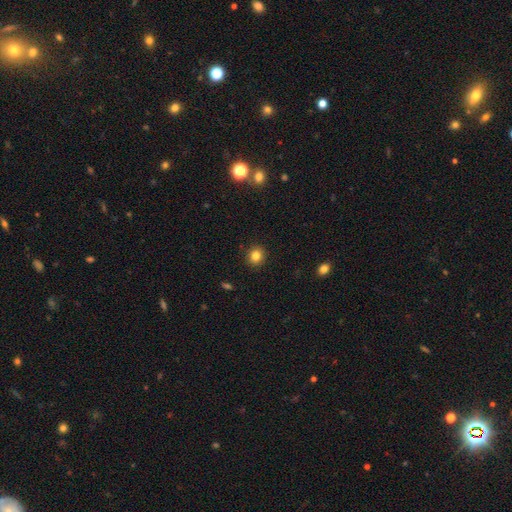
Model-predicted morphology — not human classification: Q: Smooth or featured?
A: smooth (83%); runner-up: star or artifact (11%)
Q: How rounded?
A: round (78%); runner-up: in between (21%)
Q: Merging?
A: none (91%); runner-up: minor disturbance (6%)